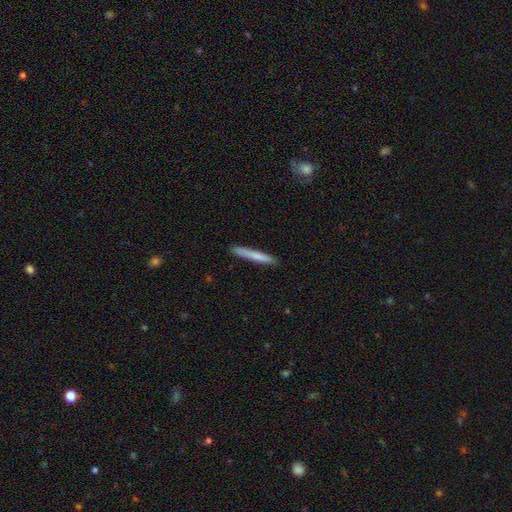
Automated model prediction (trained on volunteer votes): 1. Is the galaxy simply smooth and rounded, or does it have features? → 73% smooth, 22% featured or disk, 5% star or artifact.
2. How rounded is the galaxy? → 96% cigar-shaped, 2% in between, 1% round.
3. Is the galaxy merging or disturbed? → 90% none, 8% minor disturbance, 1% major disturbance, 1% merger.